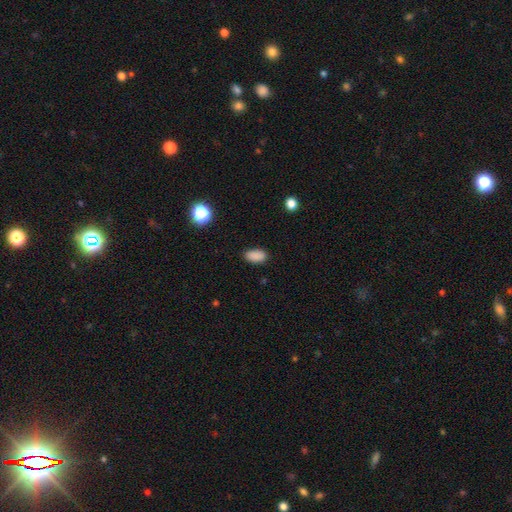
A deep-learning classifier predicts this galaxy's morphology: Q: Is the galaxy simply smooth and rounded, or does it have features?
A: smooth — 87%.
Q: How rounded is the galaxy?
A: in between — 91%.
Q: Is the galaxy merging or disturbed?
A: none — 85%.